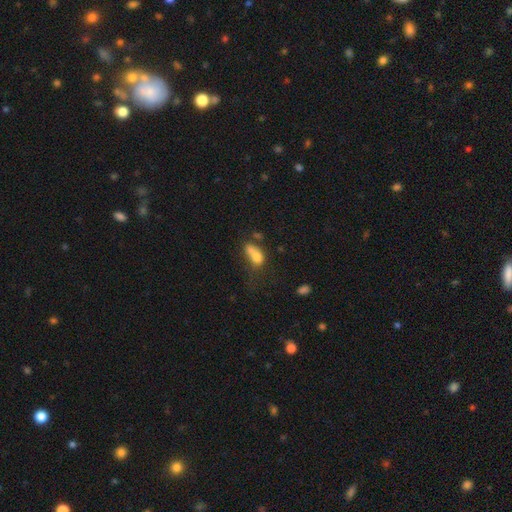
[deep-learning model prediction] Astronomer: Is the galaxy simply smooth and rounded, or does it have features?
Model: smooth — 69%.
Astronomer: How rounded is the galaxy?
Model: in between — 78%.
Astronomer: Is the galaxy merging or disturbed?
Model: merger — 33% (runner-up: major disturbance, 26%).